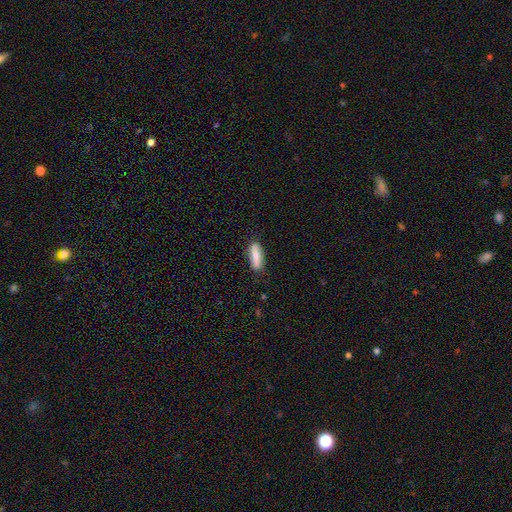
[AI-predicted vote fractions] smooth-or-featured: smooth: 78% | featured or disk: 16% | star or artifact: 6%
  how-rounded: cigar-shaped: 59% | in between: 39% | round: 2%
  merging: none: 84% | minor disturbance: 12% | major disturbance: 2% | merger: 1%